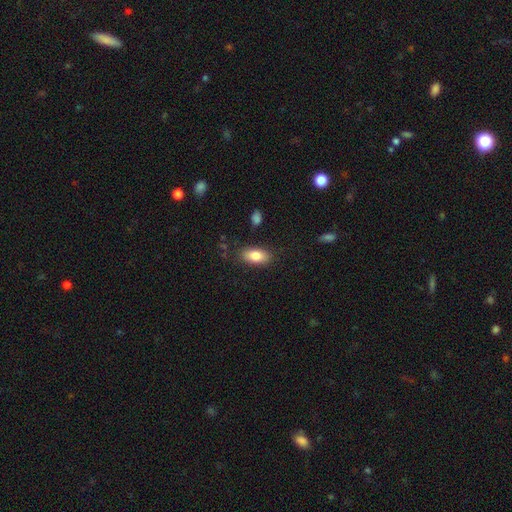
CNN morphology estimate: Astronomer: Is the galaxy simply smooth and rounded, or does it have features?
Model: smooth — 82%.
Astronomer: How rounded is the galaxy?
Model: in between — 89%.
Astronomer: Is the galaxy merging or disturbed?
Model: none — 85%.